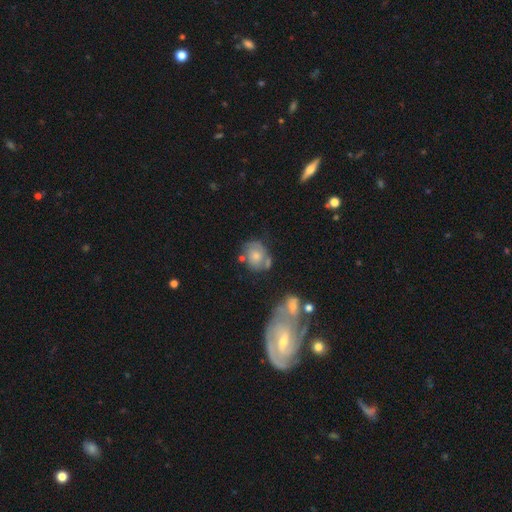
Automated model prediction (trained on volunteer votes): Q: Smooth or featured?
A: smooth (53%); runner-up: featured or disk (39%)
Q: How rounded?
A: round (59%); runner-up: in between (39%)
Q: Merging?
A: none (49%); runner-up: minor disturbance (22%)